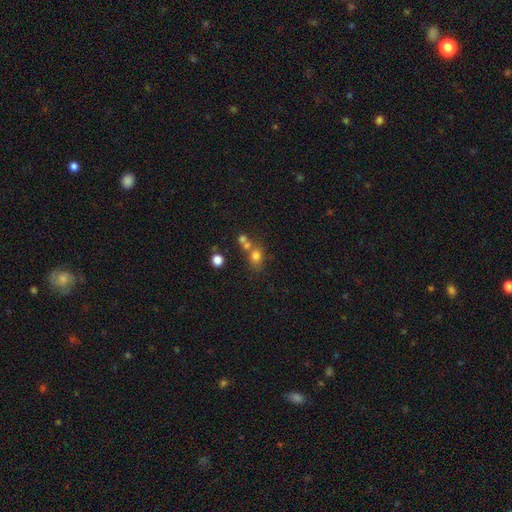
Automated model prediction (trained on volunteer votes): A smooth galaxy with no disk features (72%) that is round (63%). Merging: none (44%).